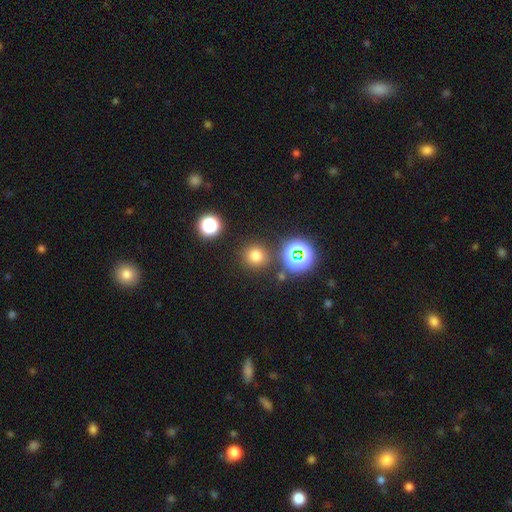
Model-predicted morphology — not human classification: Q: Smooth or featured?
A: smooth (72%); runner-up: star or artifact (22%)
Q: How rounded?
A: round (94%); runner-up: in between (5%)
Q: Merging?
A: none (85%); runner-up: minor disturbance (7%)